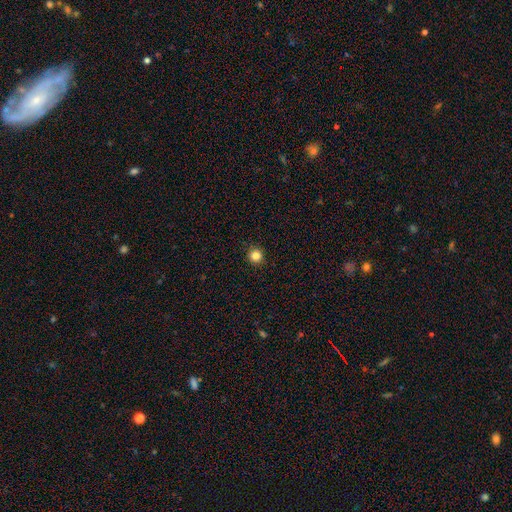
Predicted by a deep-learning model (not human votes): Smooth or featured? Predicted: smooth (p=0.83). How rounded? Predicted: round (p=0.95). Merging? Predicted: none (p=0.93).